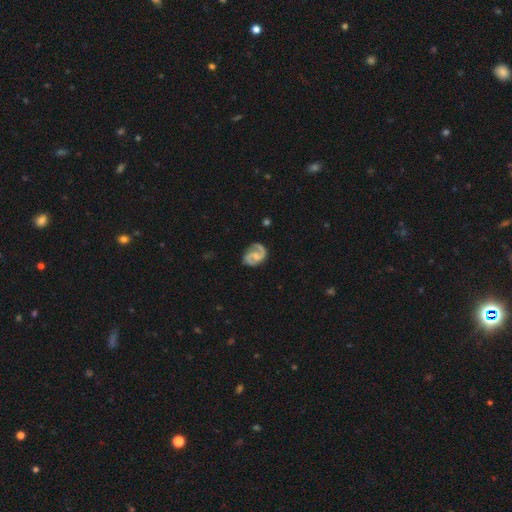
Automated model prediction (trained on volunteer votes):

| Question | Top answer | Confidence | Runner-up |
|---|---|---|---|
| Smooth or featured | featured or disk | 87% | smooth (8%) |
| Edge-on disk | no | 98% | yes (2%) |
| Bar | weak | 45% | no (44%) |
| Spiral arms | yes | 97% | no (3%) |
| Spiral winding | medium | 54% | tight (28%) |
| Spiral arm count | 2 | 90% | 1 (4%) |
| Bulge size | small | 36% | moderate (31%) |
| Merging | none | 77% | minor disturbance (16%) |